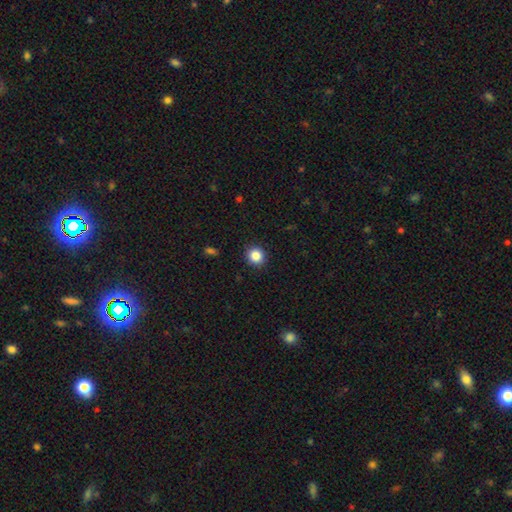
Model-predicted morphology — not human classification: Smooth or featured? Predicted: smooth (p=0.86). How rounded? Predicted: round (p=0.90). Merging? Predicted: none (p=0.91).